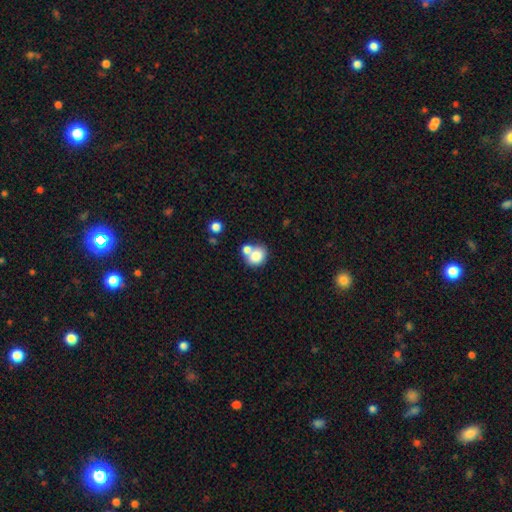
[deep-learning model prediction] Smooth or featured: smooth — 79% (featured or disk — 11%)
How rounded: round — 66% (in between — 33%)
Merging: none — 43% (merger — 42%)